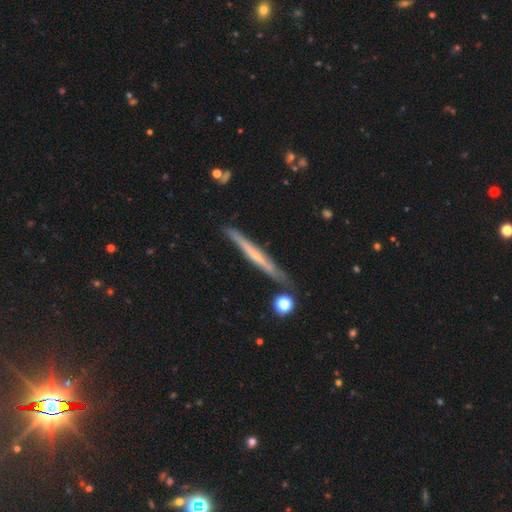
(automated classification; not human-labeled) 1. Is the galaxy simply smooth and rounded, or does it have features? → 61% featured or disk, 33% smooth, 6% star or artifact.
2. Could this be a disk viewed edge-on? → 95% yes, 5% no.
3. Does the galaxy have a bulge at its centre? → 63% none, 31% rounded, 5% boxy.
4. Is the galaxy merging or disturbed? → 84% none, 12% minor disturbance, 3% merger, 2% major disturbance.